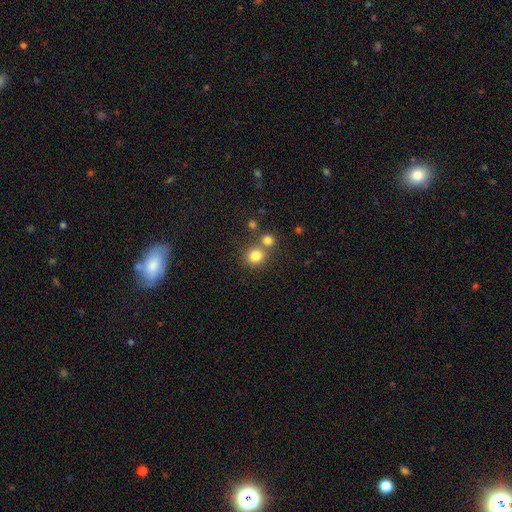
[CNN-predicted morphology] smooth-or-featured: smooth: 80% | star or artifact: 13% | featured or disk: 7%
  how-rounded: round: 88% | in between: 11% | cigar-shaped: 1%
  merging: none: 63% | merger: 27% | minor disturbance: 7% | major disturbance: 3%